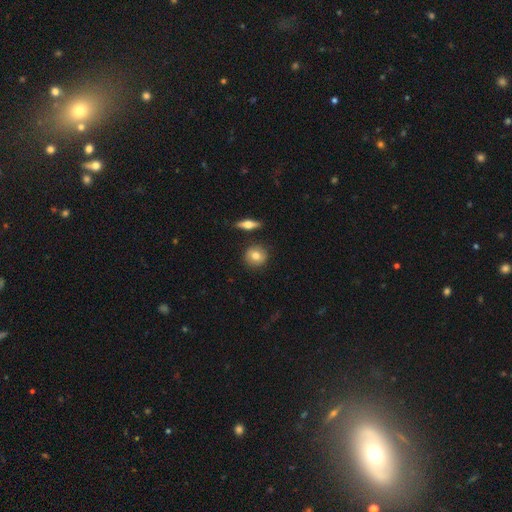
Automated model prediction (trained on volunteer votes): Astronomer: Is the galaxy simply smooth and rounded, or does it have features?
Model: smooth — 75%.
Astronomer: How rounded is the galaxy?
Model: round — 87%.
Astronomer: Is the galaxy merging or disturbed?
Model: none — 85%.